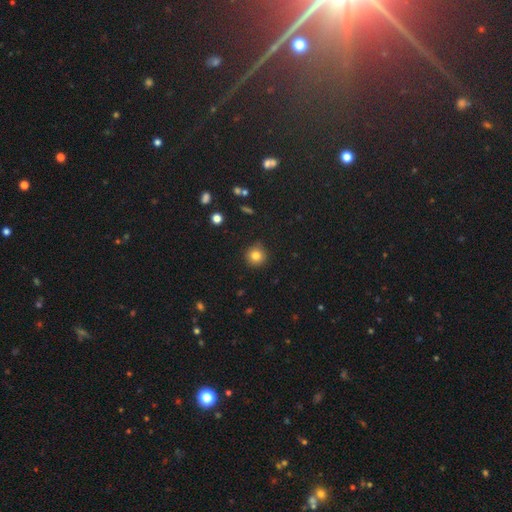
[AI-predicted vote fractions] Morphology: type=smooth (82%); roundness=round (94%); merging=none (88%).